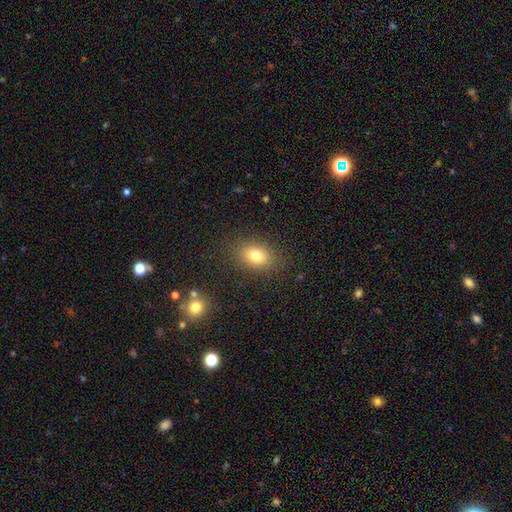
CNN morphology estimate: Smooth or featured?
  - smooth: 78% *
  - star or artifact: 12%
  - featured or disk: 10%
How rounded?
  - in between: 72% *
  - round: 26%
  - cigar-shaped: 1%
Merging?
  - none: 85% *
  - minor disturbance: 10%
  - major disturbance: 4%
  - merger: 2%